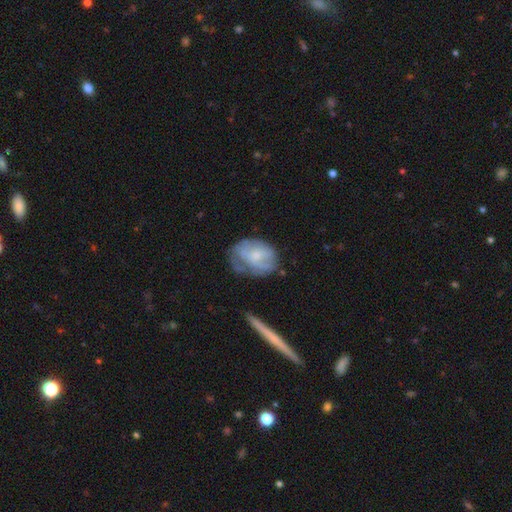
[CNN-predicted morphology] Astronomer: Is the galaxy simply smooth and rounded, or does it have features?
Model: smooth — 47% (runner-up: featured or disk, 45%).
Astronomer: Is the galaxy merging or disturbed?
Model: none — 43% (runner-up: minor disturbance, 31%).